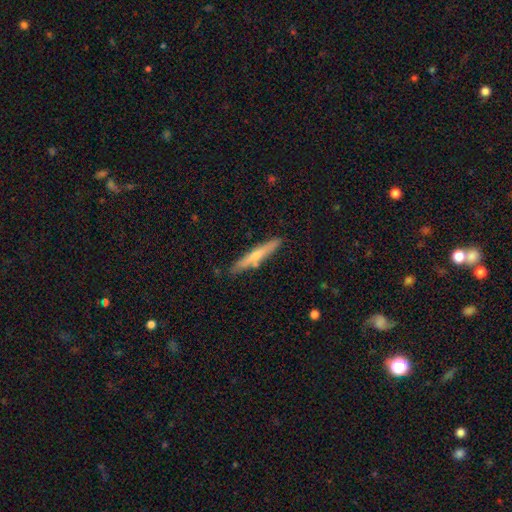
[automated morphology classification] featured or disk 53%, smooth 40%, star or artifact 6%. Down the decision tree: edge-on disk — yes (94%); edge-on bulge — rounded (78%); merging — none (84%).